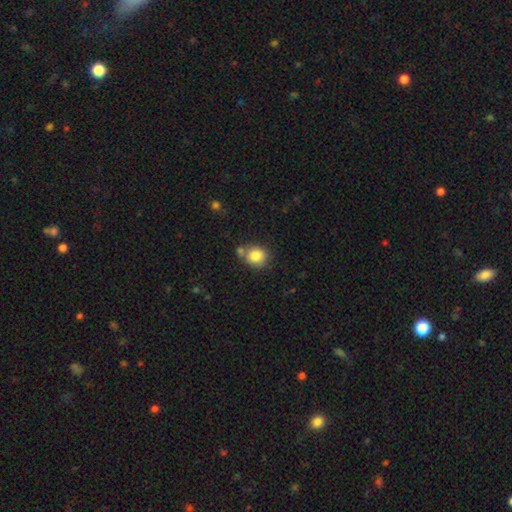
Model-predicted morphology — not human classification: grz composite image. It shows a smooth galaxy with no disk features (84%) that is round (76%). Merging: none (62%).